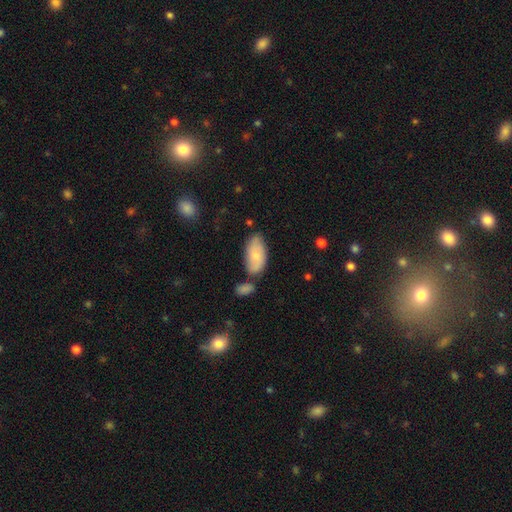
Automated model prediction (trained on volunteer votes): This is likely a smooth galaxy (72%). How rounded: clearly in between (93%). Merging: possibly none (60%).